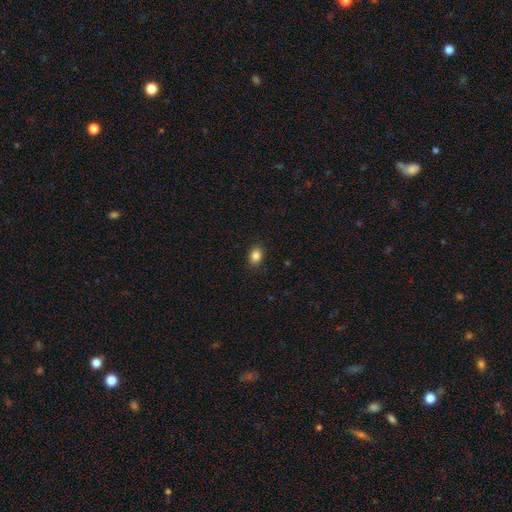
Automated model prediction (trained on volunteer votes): smooth 86%, star or artifact 10%, featured or disk 4%. Down the decision tree: how rounded — in between (60%); merging — none (89%).